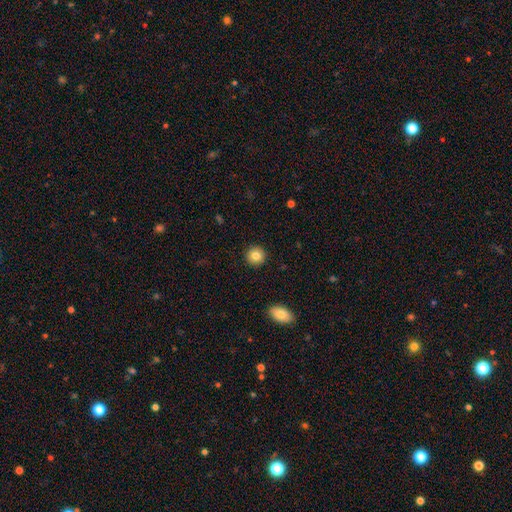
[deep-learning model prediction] This is clearly a smooth galaxy (83%). How rounded: clearly round (93%). Merging: clearly none (92%).